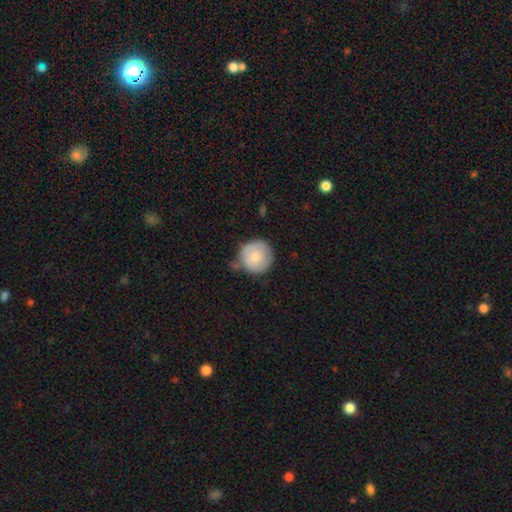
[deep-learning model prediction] The model was most divided on "merging": none: 57%, minor disturbance: 29%, major disturbance: 7%, merger: 7%. More confident: how rounded — round (93%); smooth or featured — smooth (75%).